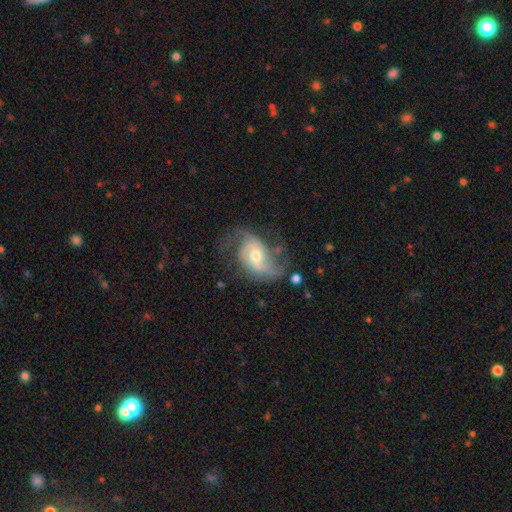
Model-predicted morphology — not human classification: A featured or disk galaxy (79%) with no bar (45%), 2 (77%) loose (48%) spiral arms (91%) and a moderate central bulge (64%). Merging: none (54%).